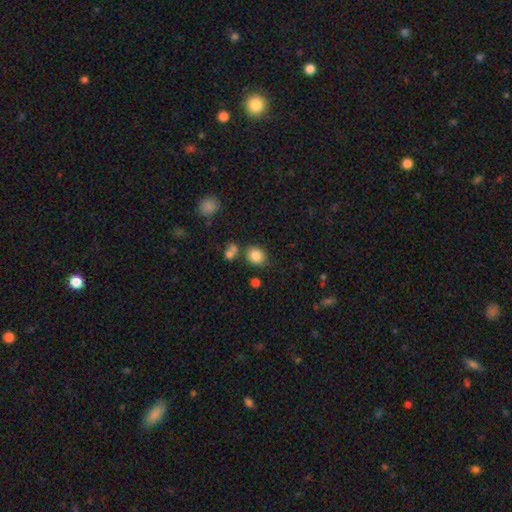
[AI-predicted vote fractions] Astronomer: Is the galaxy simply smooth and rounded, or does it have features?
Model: smooth — 84%.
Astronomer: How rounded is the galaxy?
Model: round — 55% (runner-up: in between, 44%).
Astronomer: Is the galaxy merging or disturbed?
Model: none — 71%.